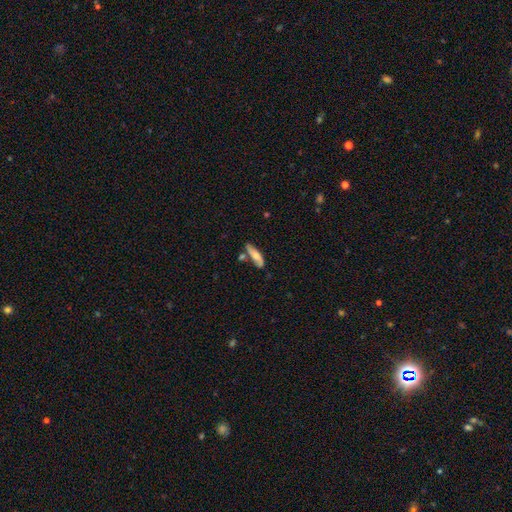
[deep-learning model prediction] A smooth galaxy with no disk features (60%) that is cigar-shaped (51%). Merging: none (57%).